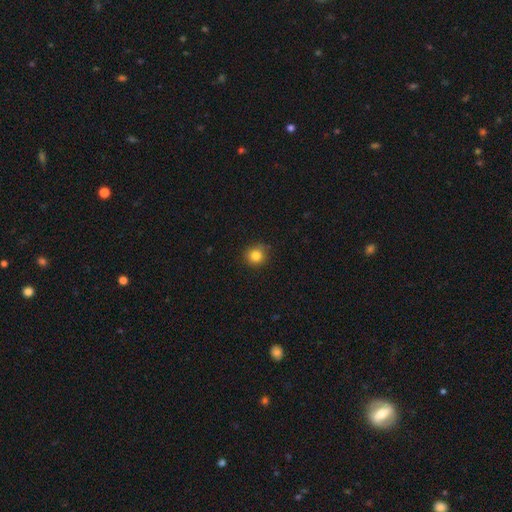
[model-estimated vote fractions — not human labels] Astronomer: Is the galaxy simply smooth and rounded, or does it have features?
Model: smooth — 83%.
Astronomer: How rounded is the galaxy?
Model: round — 90%.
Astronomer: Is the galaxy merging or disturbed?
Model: none — 86%.